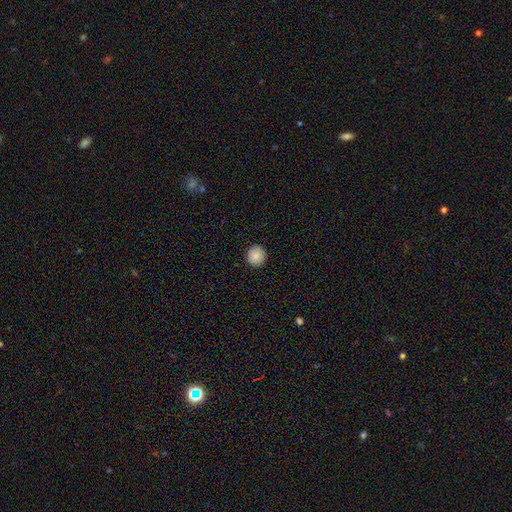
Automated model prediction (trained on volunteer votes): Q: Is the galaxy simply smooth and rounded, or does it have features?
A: smooth — 88%.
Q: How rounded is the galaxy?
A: round — 94%.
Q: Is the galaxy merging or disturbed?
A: none — 93%.